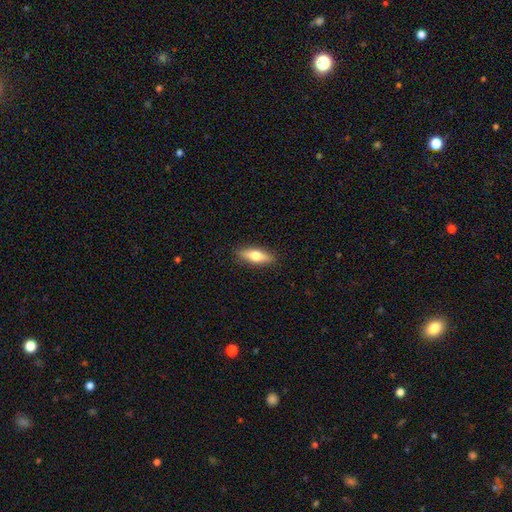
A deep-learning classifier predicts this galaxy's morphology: This is likely a smooth galaxy (61%). How rounded: possibly in between (51%). Merging: clearly none (88%).